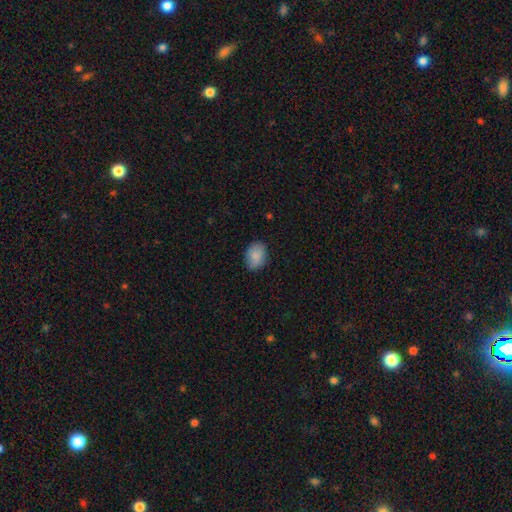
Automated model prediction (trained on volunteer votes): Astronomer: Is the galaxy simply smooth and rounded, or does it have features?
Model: smooth — 87%.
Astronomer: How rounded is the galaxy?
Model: in between — 74%.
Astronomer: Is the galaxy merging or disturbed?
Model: none — 83%.